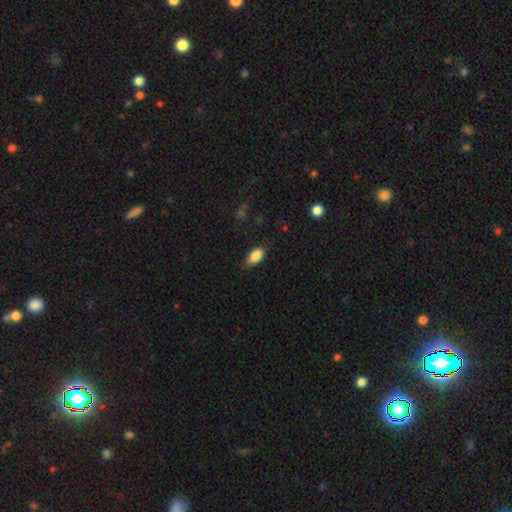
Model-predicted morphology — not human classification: Overall: smooth (86%). How rounded: in between (91%). Merging: none (75%).